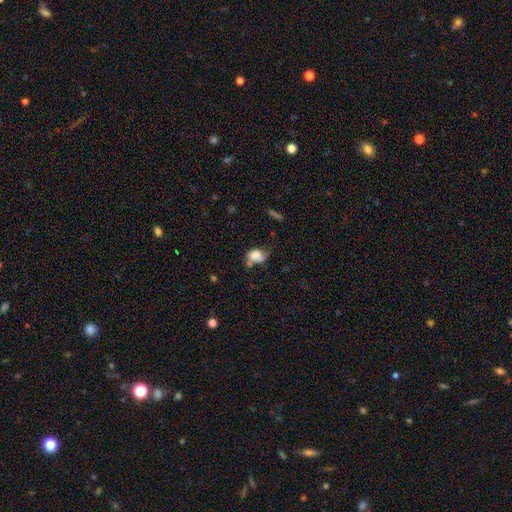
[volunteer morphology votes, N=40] Q: Smooth or featured?
A: smooth (65%); runner-up: featured or disk (25%)
Q: How rounded?
A: in between (73%); runner-up: round (27%)
Q: Merging?
A: minor disturbance (42%); runner-up: none (25%)